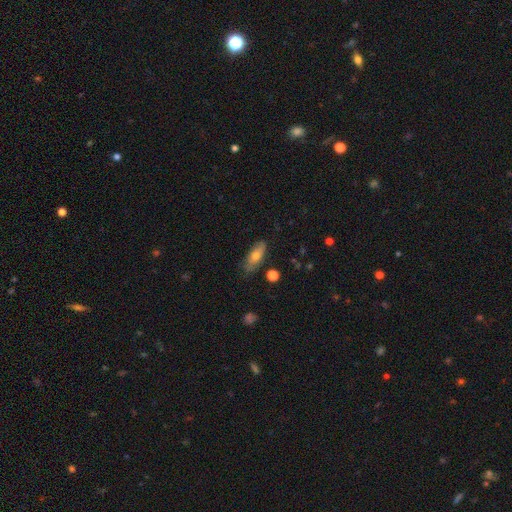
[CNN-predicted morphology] A smooth galaxy with no disk features (68%) that is in between round and cigar-shaped (70%). Merging: none (77%).